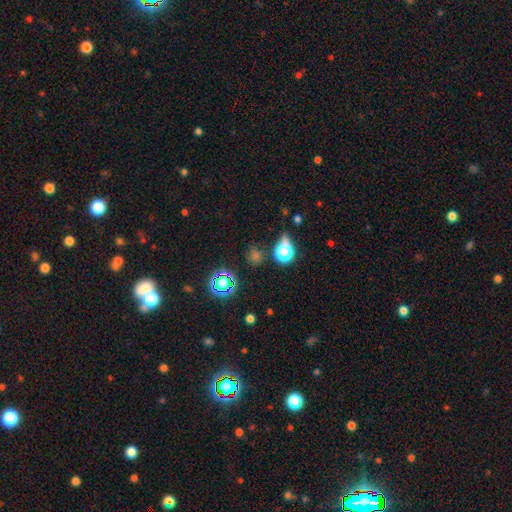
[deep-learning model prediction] A star or artifact, not a galaxy (47%).

Vote fractions:
- Smooth or featured? star or artifact: 47% / smooth: 45% / featured or disk: 8%